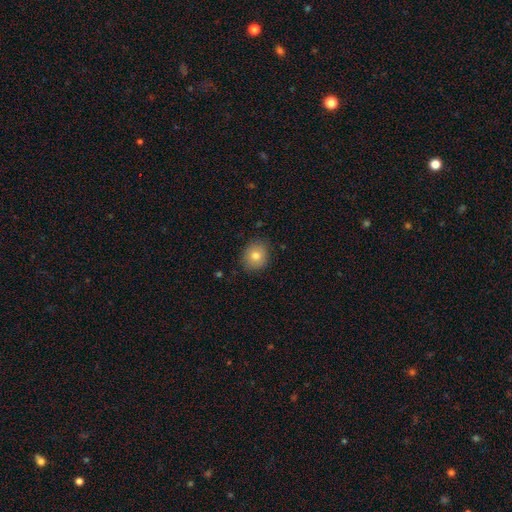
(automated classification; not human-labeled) This is likely a smooth galaxy (79%). How rounded: likely round (75%). Merging: clearly none (86%).